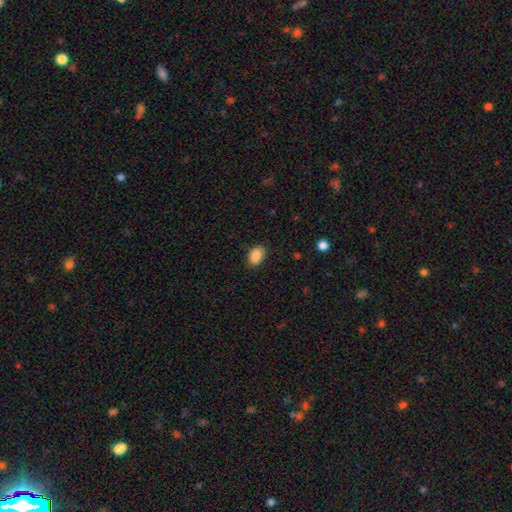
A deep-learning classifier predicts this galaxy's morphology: Smooth or featured? Predicted: smooth (p=0.89). How rounded? Predicted: in between (p=0.87). Merging? Predicted: none (p=0.86).